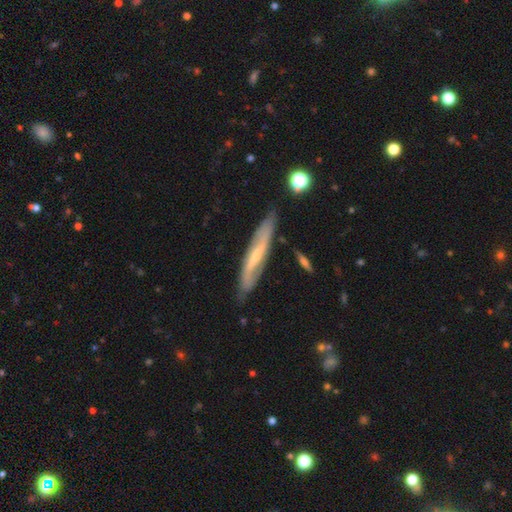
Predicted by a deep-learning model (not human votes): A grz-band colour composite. It shows a featured or disk galaxy (68%) viewed edge-on (50%, tied with no). Merging: none (77%).